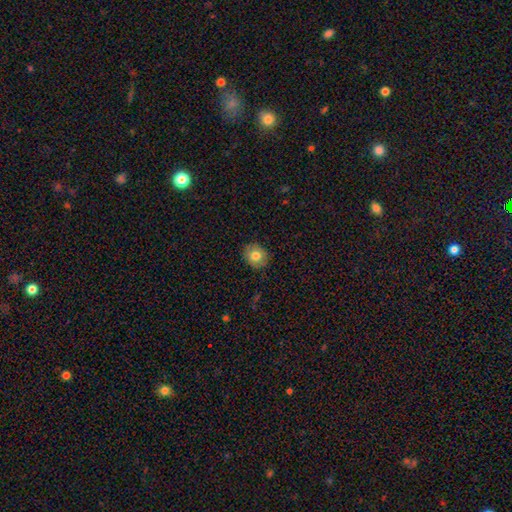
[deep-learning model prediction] Smooth or featured?
  - smooth: 77% *
  - featured or disk: 14%
  - star or artifact: 9%
How rounded?
  - round: 72% *
  - in between: 27%
  - cigar-shaped: 1%
Merging?
  - none: 87% *
  - minor disturbance: 10%
  - major disturbance: 2%
  - merger: 1%